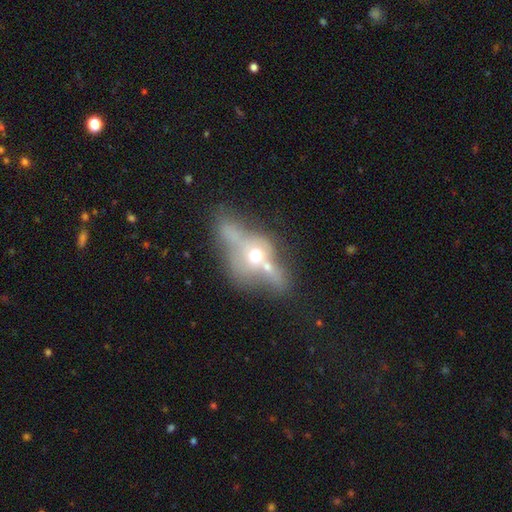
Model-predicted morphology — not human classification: Overall: smooth (45%; featured or disk 41%). Merging: merger (61%).